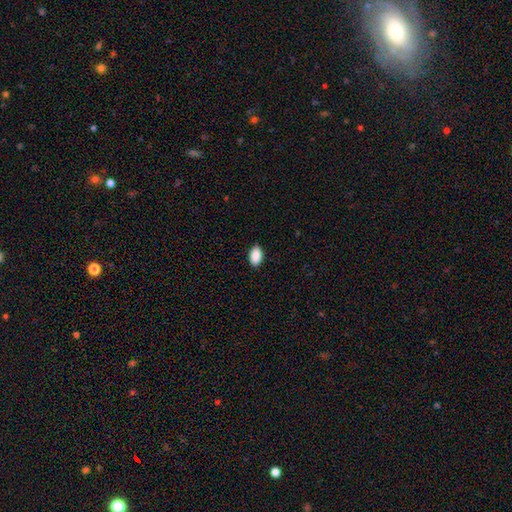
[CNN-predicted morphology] smooth-or-featured: smooth: 91% | star or artifact: 7% | featured or disk: 3%
  how-rounded: in between: 93% | round: 5% | cigar-shaped: 2%
  merging: none: 88% | minor disturbance: 9% | major disturbance: 2% | merger: 1%